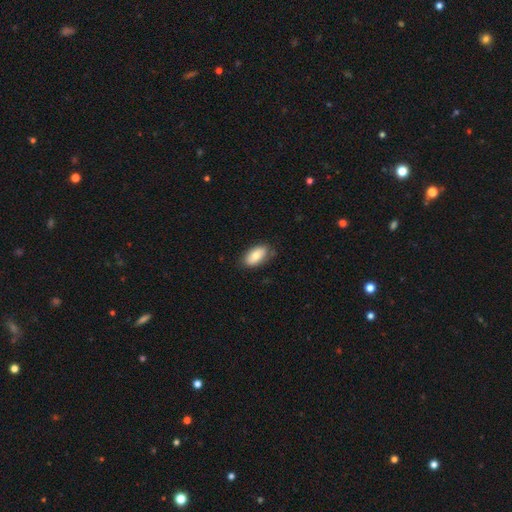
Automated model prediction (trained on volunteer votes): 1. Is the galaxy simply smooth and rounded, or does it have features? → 81% smooth, 13% featured or disk, 7% star or artifact.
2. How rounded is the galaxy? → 93% in between, 4% cigar-shaped, 3% round.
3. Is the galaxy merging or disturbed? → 77% none, 18% minor disturbance, 3% major disturbance, 1% merger.